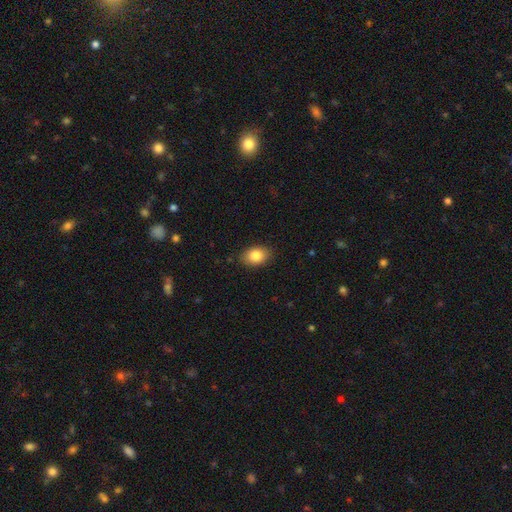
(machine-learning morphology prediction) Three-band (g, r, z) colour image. It shows a smooth galaxy with no disk features (84%) that is in between round and cigar-shaped (81%). Merging: none (87%).